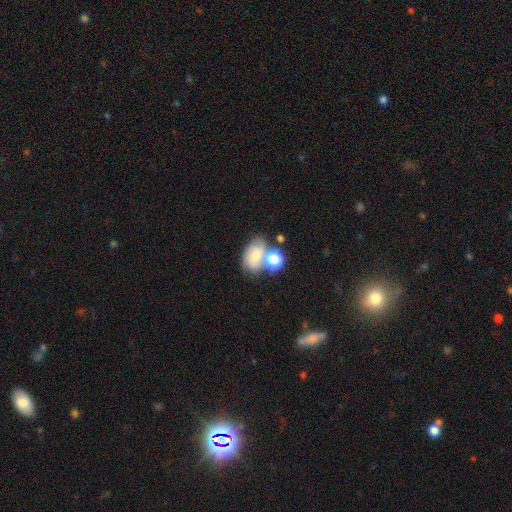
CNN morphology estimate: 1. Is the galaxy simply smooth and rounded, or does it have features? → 62% smooth, 25% featured or disk, 13% star or artifact.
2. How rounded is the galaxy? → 75% in between, 23% round, 1% cigar-shaped.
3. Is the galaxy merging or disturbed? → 38% none, 36% merger, 16% minor disturbance, 9% major disturbance.